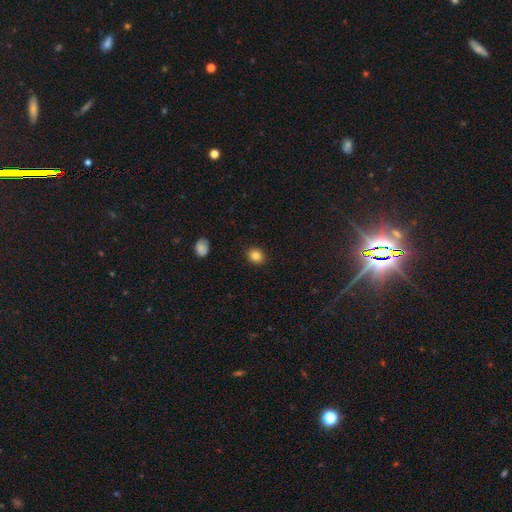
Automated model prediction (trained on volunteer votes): A smooth galaxy with no disk features (84%) that is round (59%). Merging: none (90%).